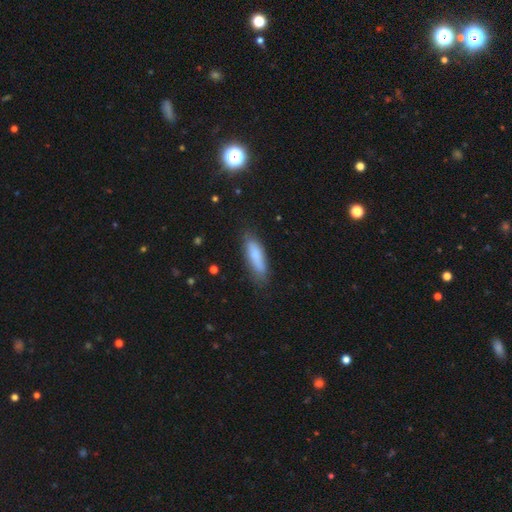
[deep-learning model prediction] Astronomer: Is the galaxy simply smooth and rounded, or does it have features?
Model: smooth — 80%.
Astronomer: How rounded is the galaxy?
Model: cigar-shaped — 51% (runner-up: in between, 47%).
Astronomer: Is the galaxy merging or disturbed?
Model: none — 76%.